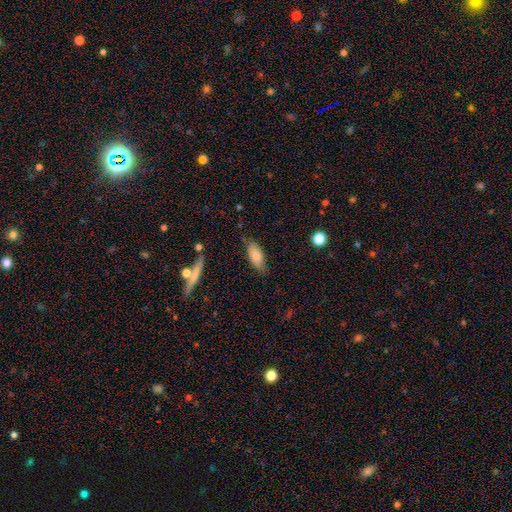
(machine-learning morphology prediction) Smooth or featured: smooth — 81% (featured or disk — 12%)
How rounded: in between — 79% (cigar-shaped — 19%)
Merging: none — 76% (minor disturbance — 18%)